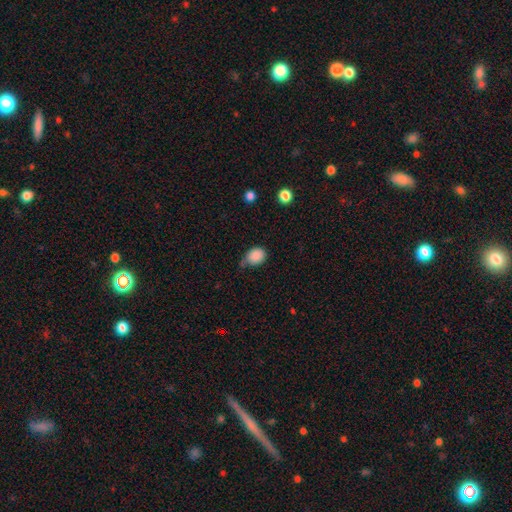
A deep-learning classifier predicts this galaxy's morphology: smooth 87%, star or artifact 9%, featured or disk 5%. Down the decision tree: how rounded — in between (53%); merging — none (47%).